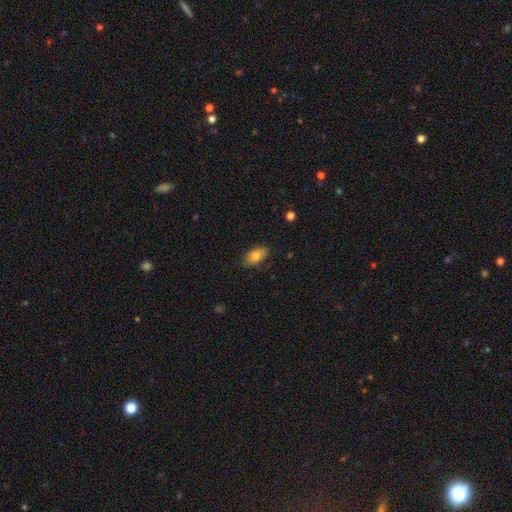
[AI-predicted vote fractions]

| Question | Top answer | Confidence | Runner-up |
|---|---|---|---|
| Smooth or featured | smooth | 77% | featured or disk (15%) |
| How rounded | in between | 91% | round (5%) |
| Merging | none | 85% | minor disturbance (12%) |